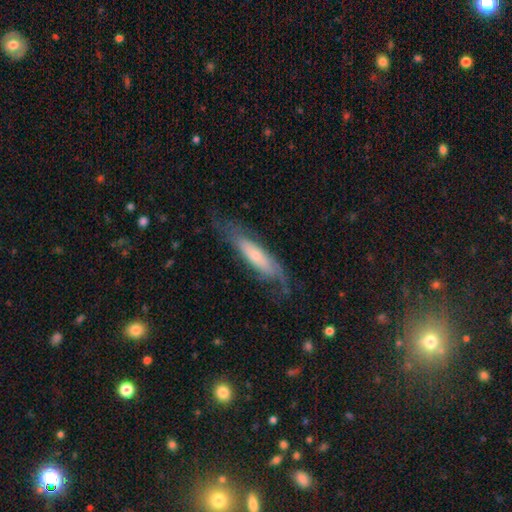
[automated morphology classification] Smooth or featured? Predicted: featured or disk (p=0.55). Edge-on disk? Predicted: no (p=0.58). Merging? Predicted: none (p=0.60).